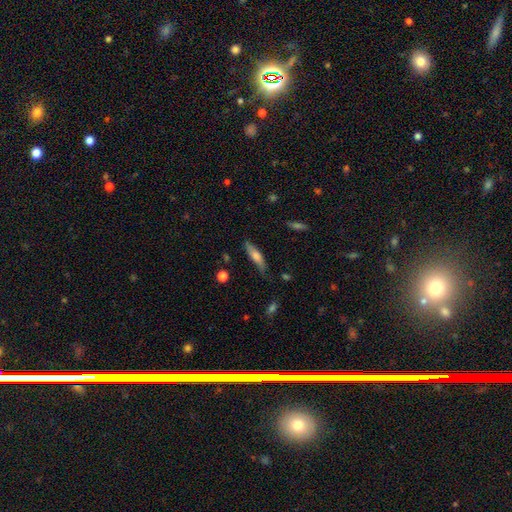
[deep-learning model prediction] Smooth or featured?
  - smooth: 64% *
  - featured or disk: 29%
  - star or artifact: 7%
How rounded?
  - cigar-shaped: 69% *
  - in between: 29%
  - round: 2%
Merging?
  - none: 68% *
  - minor disturbance: 25%
  - major disturbance: 5%
  - merger: 2%